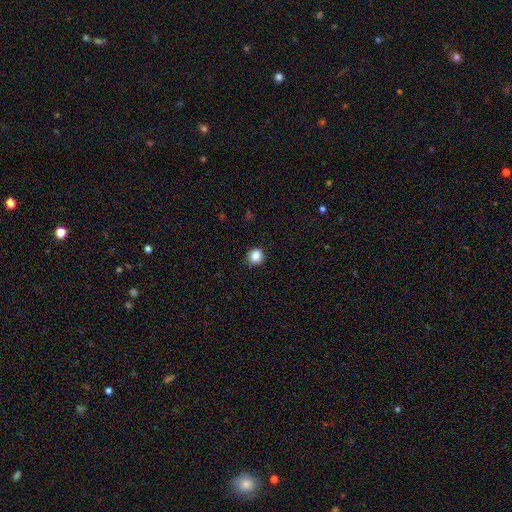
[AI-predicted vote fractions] smooth-or-featured: smooth: 85% | star or artifact: 11% | featured or disk: 4%
  how-rounded: round: 88% | in between: 11% | cigar-shaped: 1%
  merging: none: 88% | minor disturbance: 8% | major disturbance: 2% | merger: 1%